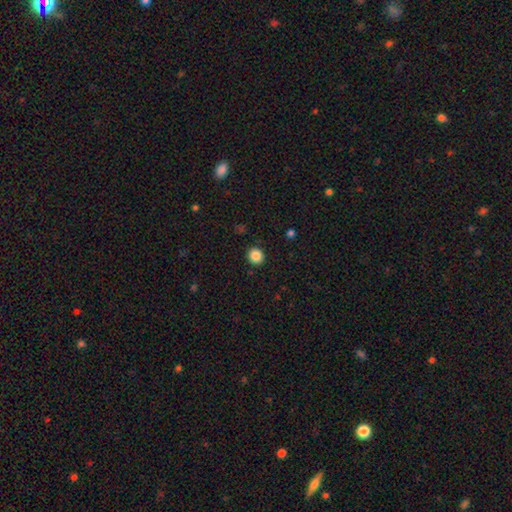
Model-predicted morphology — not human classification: smooth 86%, star or artifact 10%, featured or disk 4%. Down the decision tree: how rounded — round (89%); merging — none (91%).